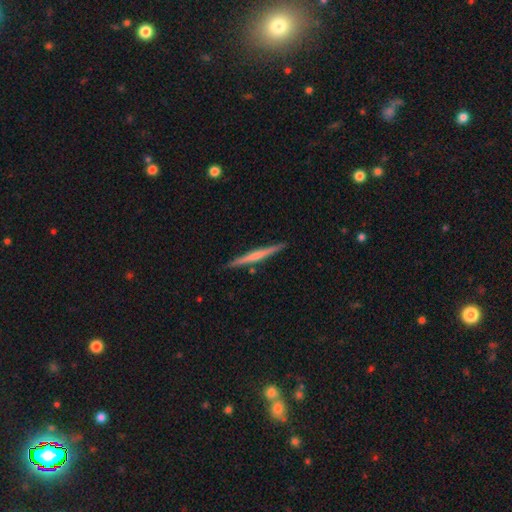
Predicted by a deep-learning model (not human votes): featured or disk 53%, smooth 42%, star or artifact 5%. Down the decision tree: edge-on disk — yes (98%); edge-on bulge — none (60%); merging — none (90%).